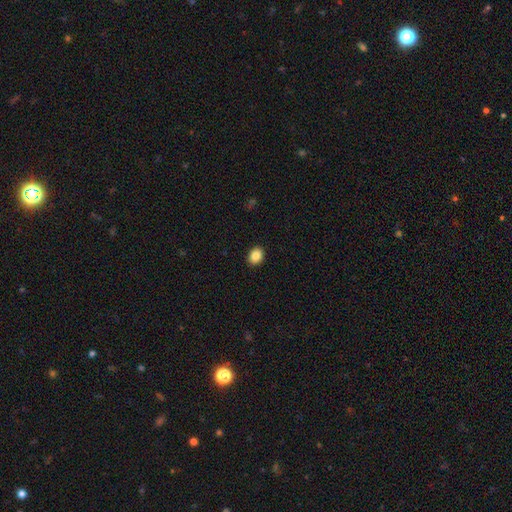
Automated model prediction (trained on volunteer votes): Smooth or featured: smooth — 88% (star or artifact — 9%)
How rounded: in between — 56% (round — 43%)
Merging: none — 91% (minor disturbance — 6%)